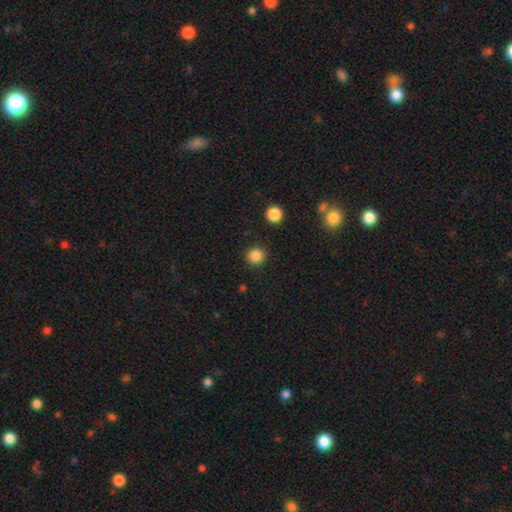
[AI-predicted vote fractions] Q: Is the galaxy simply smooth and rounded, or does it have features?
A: smooth — 86%.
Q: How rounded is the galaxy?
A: round — 91%.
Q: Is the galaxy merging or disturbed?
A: none — 90%.